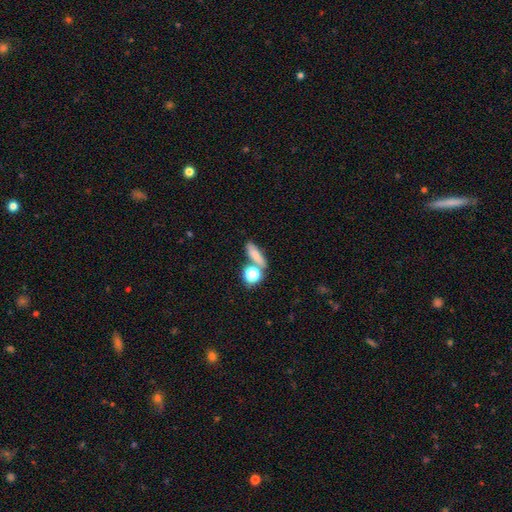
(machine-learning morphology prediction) smooth 74%, star or artifact 14%, featured or disk 12%. Down the decision tree: how rounded — in between (38%); merging — none (59%).